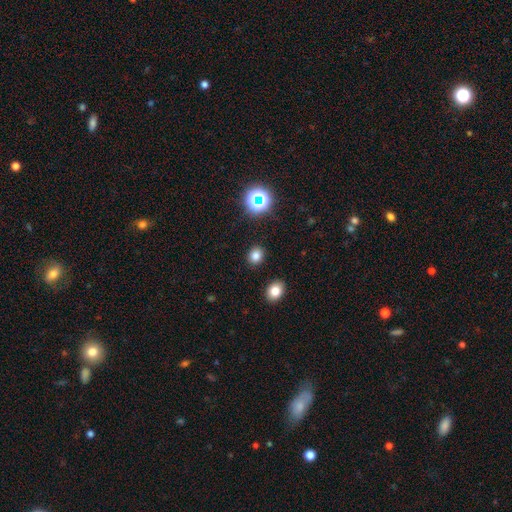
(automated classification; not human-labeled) A smooth galaxy with no disk features (77%) that is round (66%).

Vote fractions:
- Smooth or featured? smooth: 77% / star or artifact: 18% / featured or disk: 5%
- How rounded? round: 66% / in between: 33% / cigar-shaped: 1%
- Merging? none: 88% / minor disturbance: 7% / major disturbance: 3% / merger: 2%